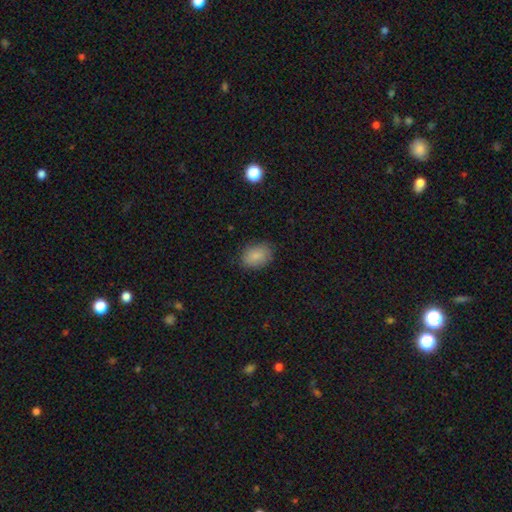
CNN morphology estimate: smooth-or-featured: smooth: 86% | star or artifact: 8% | featured or disk: 6%
  how-rounded: in between: 79% | round: 20% | cigar-shaped: 1%
  merging: none: 83% | minor disturbance: 13% | major disturbance: 3% | merger: 1%